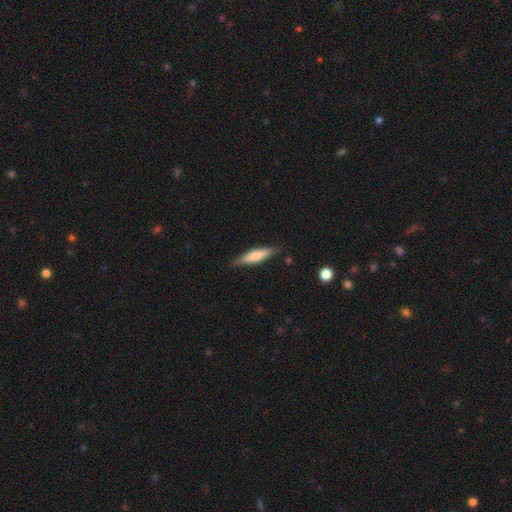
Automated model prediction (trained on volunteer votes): This appears to be a smooth galaxy with no disk features (61%) that is cigar-shaped (74%). Merging: none (83%).